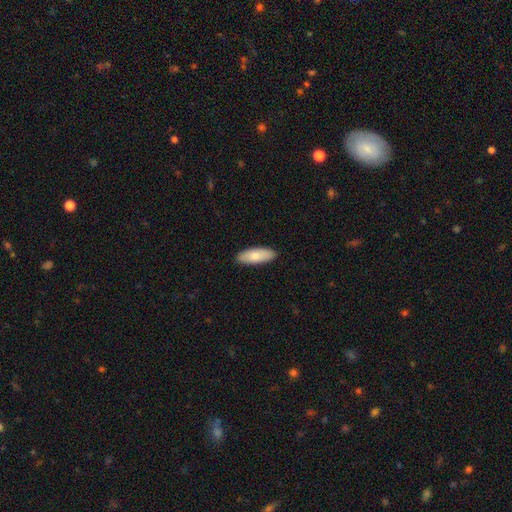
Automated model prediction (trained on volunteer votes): Smooth or featured? smooth (80%)
How rounded? in between (75%)
Merging? none (90%)